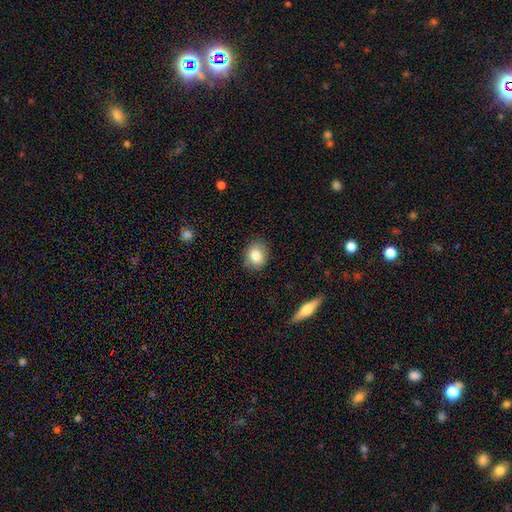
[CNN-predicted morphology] Smooth or featured? Predicted: smooth (p=0.82). How rounded? Predicted: round (p=0.64). Merging? Predicted: none (p=0.85).